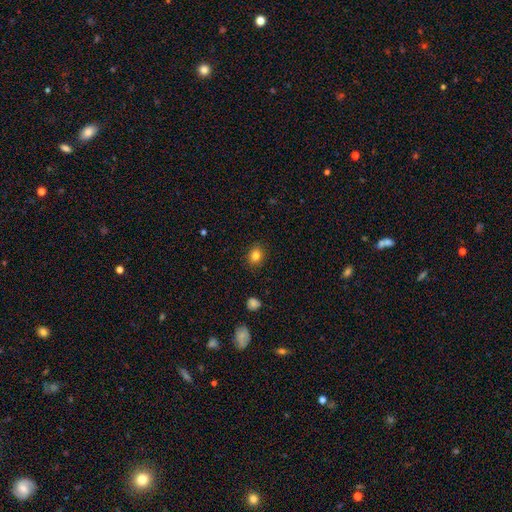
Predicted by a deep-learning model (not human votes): This is clearly a smooth galaxy (83%). How rounded: possibly round (56%). Merging: clearly none (88%).